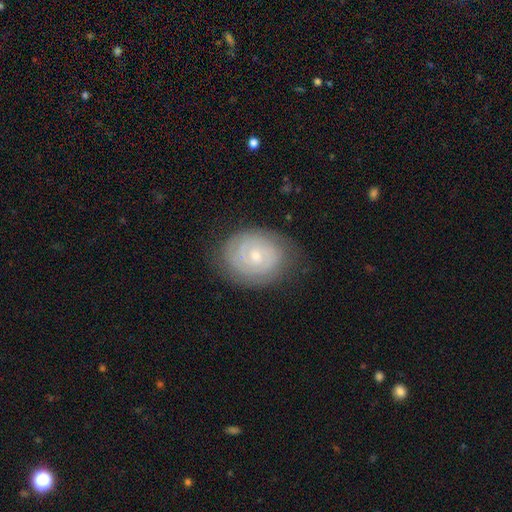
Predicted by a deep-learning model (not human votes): Q: Smooth or featured?
A: featured or disk (77%); runner-up: smooth (16%)
Q: Edge-on disk?
A: no (97%); runner-up: yes (3%)
Q: Bar?
A: no (73%); runner-up: weak (23%)
Q: Spiral arms?
A: yes (92%); runner-up: no (8%)
Q: Spiral winding?
A: tight (81%); runner-up: medium (16%)
Q: Spiral arm count?
A: 2 (45%); runner-up: can't tell (30%)
Q: Bulge size?
A: small (69%); runner-up: moderate (28%)
Q: Merging?
A: none (80%); runner-up: minor disturbance (14%)